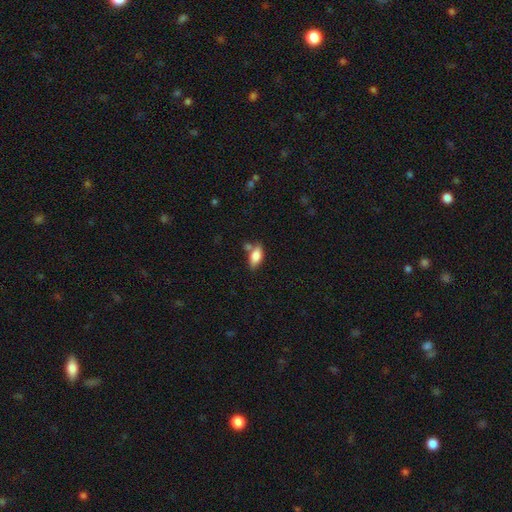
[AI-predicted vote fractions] This is clearly a smooth galaxy (82%). How rounded: clearly in between (87%). Merging: likely none (61%).